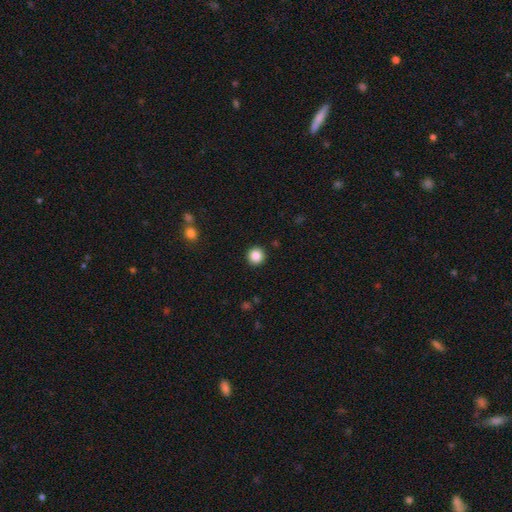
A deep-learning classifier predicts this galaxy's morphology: A smooth galaxy with no disk features (86%) that is round (95%).

Vote fractions:
- Smooth or featured? smooth: 86% / star or artifact: 10% / featured or disk: 4%
- How rounded? round: 95% / in between: 4% / cigar-shaped: 1%
- Merging? none: 93% / minor disturbance: 4% / major disturbance: 2% / merger: 1%